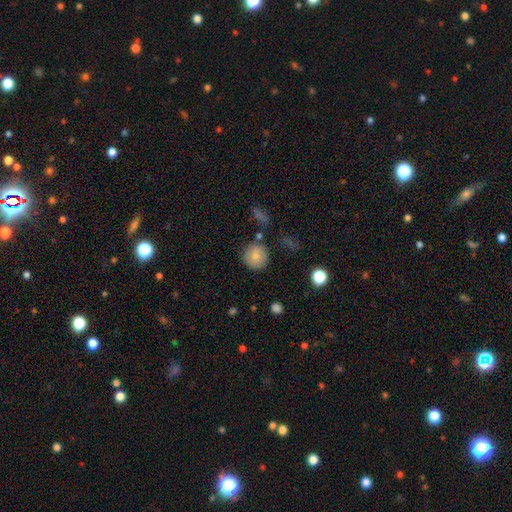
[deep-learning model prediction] Smooth or featured: smooth — 78% (featured or disk — 13%)
How rounded: round — 93% (in between — 6%)
Merging: none — 79% (minor disturbance — 12%)